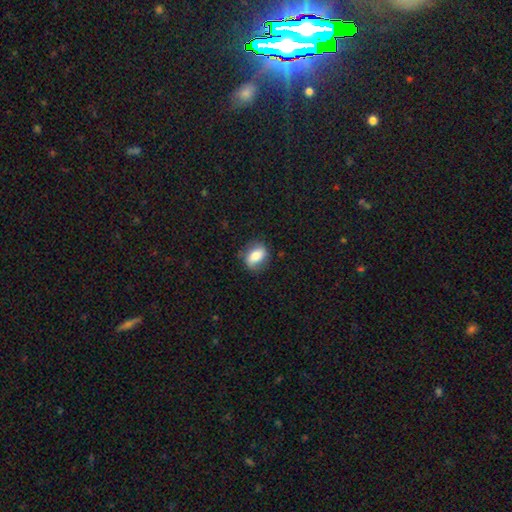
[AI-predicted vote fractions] Morphology: type=smooth (73%); roundness=in between (76%); merging=none (75%).